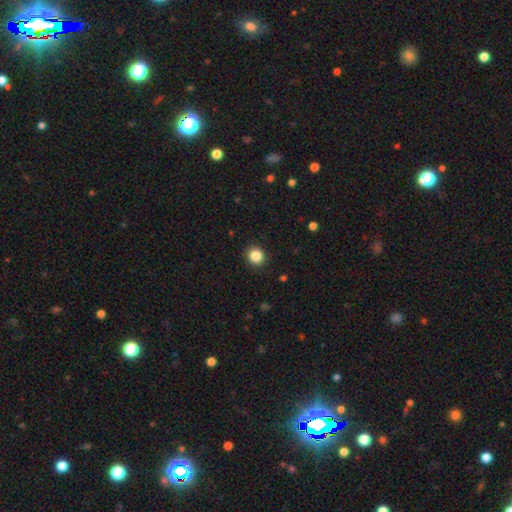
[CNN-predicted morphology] Q: Smooth or featured?
A: smooth (85%); runner-up: star or artifact (10%)
Q: How rounded?
A: round (91%); runner-up: in between (8%)
Q: Merging?
A: none (92%); runner-up: minor disturbance (5%)